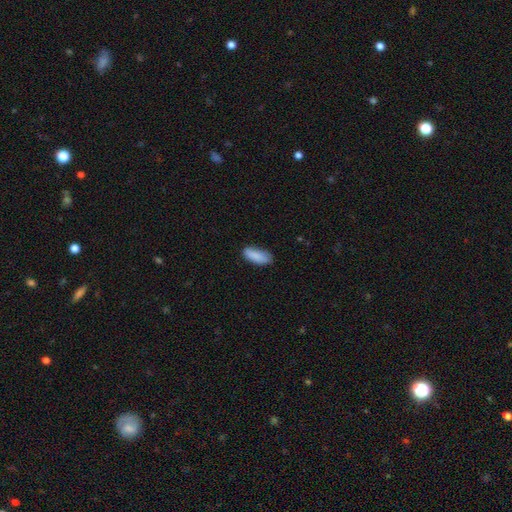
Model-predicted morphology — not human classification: This appears to be a smooth galaxy with no disk features (87%) that is in between round and cigar-shaped (75%). Merging: none (70%).